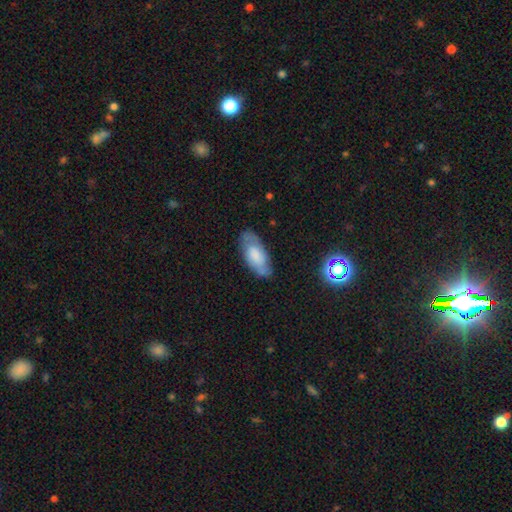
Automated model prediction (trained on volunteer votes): Smooth or featured?
  - smooth: 53% *
  - featured or disk: 39%
  - star or artifact: 8%
How rounded?
  - in between: 87% *
  - cigar-shaped: 11%
  - round: 2%
Merging?
  - none: 74% *
  - minor disturbance: 19%
  - major disturbance: 5%
  - merger: 2%